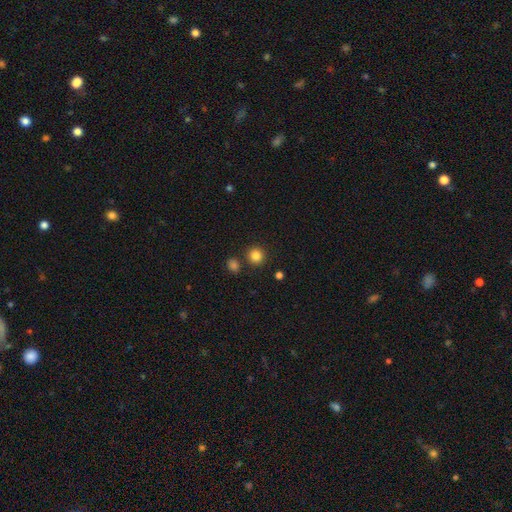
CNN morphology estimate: A smooth galaxy with no disk features (84%) that is round (93%). Merging: none (85%).